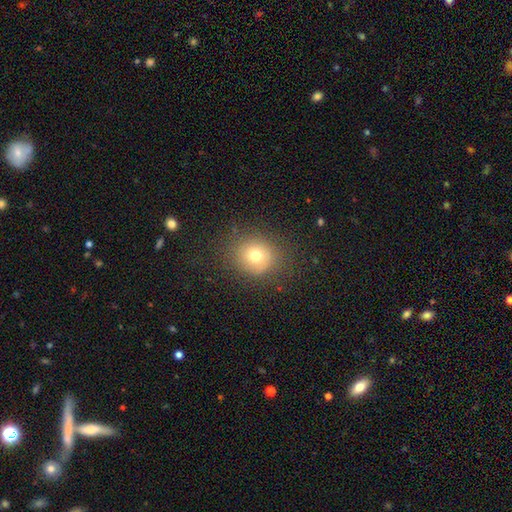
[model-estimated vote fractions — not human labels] Smooth or featured? smooth (72%)
How rounded? round (82%)
Merging? none (81%)